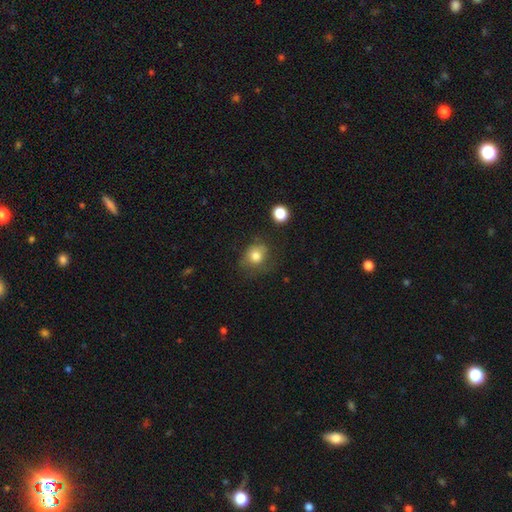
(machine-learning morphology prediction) type=smooth (78%); roundness=round (65%); merging=none (58%).